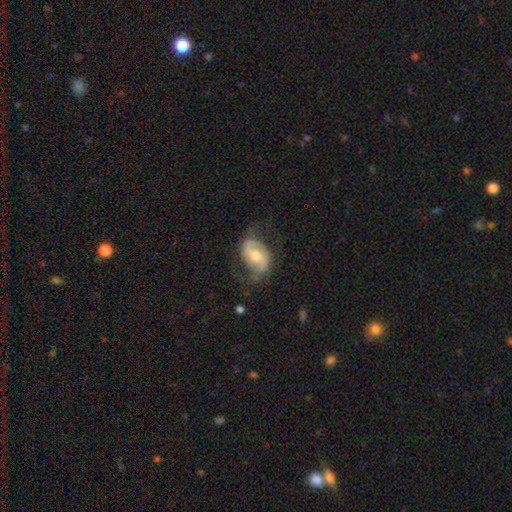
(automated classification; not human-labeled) This is likely a featured or disk galaxy (71%). It is clearly not viewed edge-on (96%). Bar: marginally weak (42%). Spiral arm pattern: clearly yes (87%). Spiral arm count: clearly 2 (87%). Spiral winding: possibly loose (48%). Central bulge: likely moderate (70%). Merging: likely none (65%).